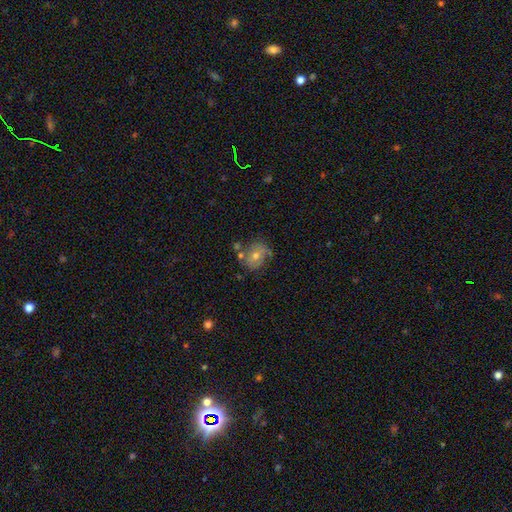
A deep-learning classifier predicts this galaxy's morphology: A featured or disk galaxy (52%).

Vote fractions:
- Smooth or featured? featured or disk: 52% / smooth: 34% / star or artifact: 14%
- Edge-on disk? no: 96% / yes: 4%
- Merging? none: 63% / minor disturbance: 20% / major disturbance: 9% / merger: 8%